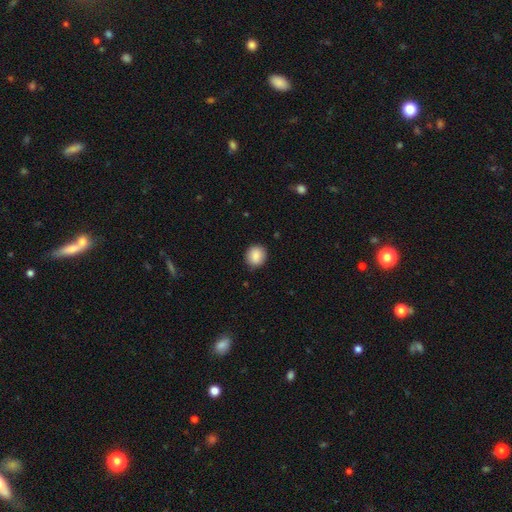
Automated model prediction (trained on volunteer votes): Smooth or featured: smooth — 88% (star or artifact — 8%)
How rounded: round — 81% (in between — 18%)
Merging: none — 89% (minor disturbance — 8%)